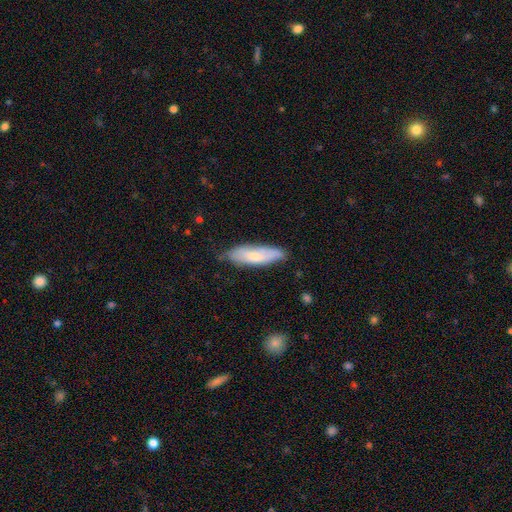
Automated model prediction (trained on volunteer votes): Smooth or featured? Predicted: smooth (p=0.64). How rounded? Predicted: cigar-shaped (p=0.52). Merging? Predicted: none (p=0.69).